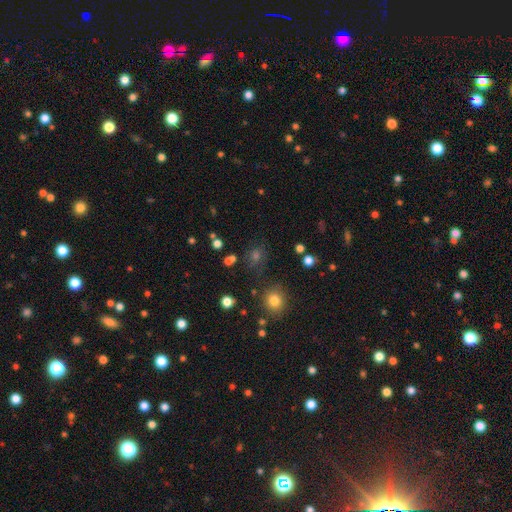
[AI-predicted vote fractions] smooth_or_featured: smooth (p=0.57) [alt: star or artifact p=0.35]
how_rounded: round (p=0.75) [alt: in between p=0.23]
merging: none (p=0.74) [alt: minor disturbance p=0.13]